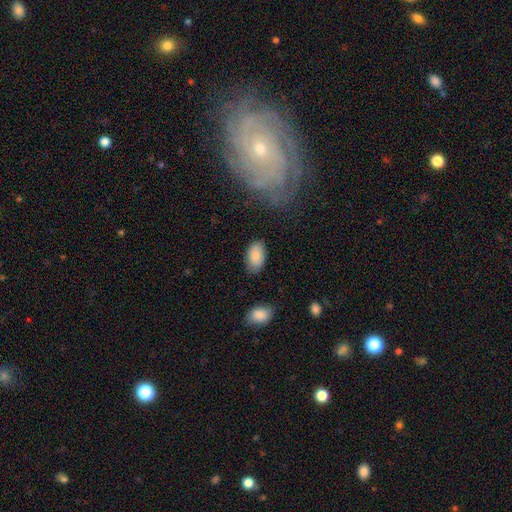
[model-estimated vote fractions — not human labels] smooth_or_featured: smooth (p=0.88) [alt: star or artifact p=0.07]
how_rounded: in between (p=0.94) [alt: round p=0.05]
merging: none (p=0.80) [alt: minor disturbance p=0.14]